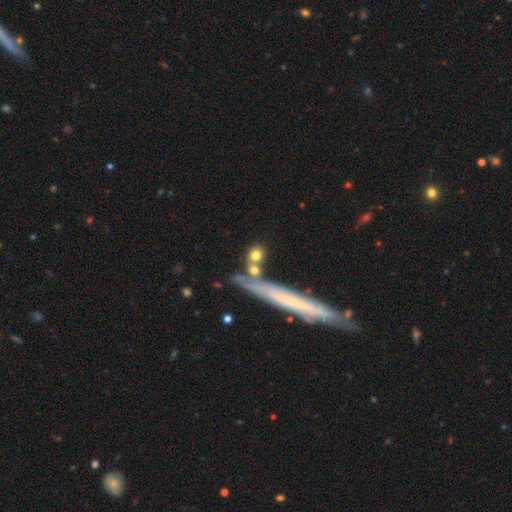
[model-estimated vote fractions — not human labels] A smooth galaxy with no disk features (74%) that is round (64%). Merging: none (63%).